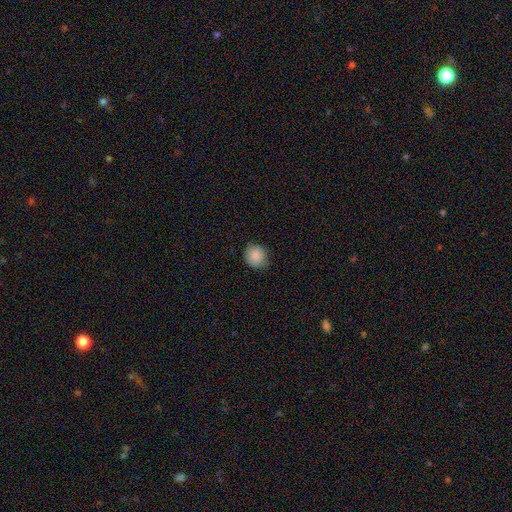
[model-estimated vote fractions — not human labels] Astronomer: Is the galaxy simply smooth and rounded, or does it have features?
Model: smooth — 87%.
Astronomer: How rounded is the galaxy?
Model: round — 81%.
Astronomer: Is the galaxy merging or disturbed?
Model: none — 79%.